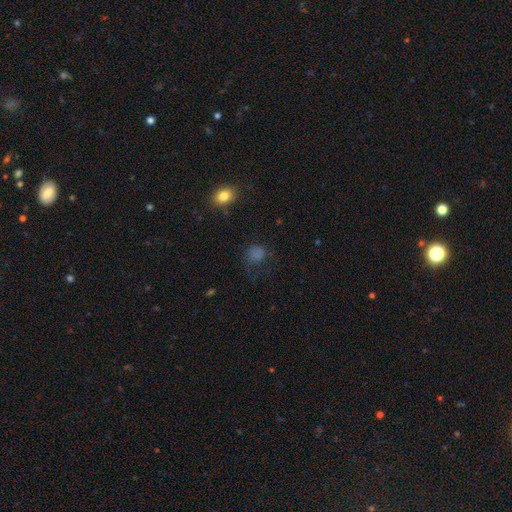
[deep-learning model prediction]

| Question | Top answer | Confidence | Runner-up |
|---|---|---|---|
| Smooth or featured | smooth | 59% | star or artifact (27%) |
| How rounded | round | 70% | in between (28%) |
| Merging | none | 56% | major disturbance (22%) |